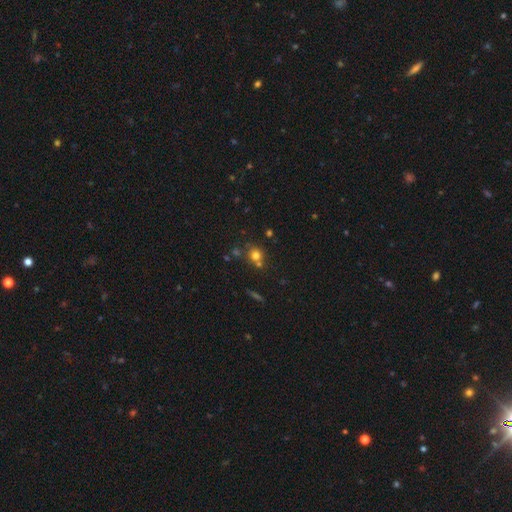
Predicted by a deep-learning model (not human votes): Q: Smooth or featured?
A: smooth (72%); runner-up: star or artifact (17%)
Q: How rounded?
A: round (86%); runner-up: in between (13%)
Q: Merging?
A: none (60%); runner-up: merger (25%)